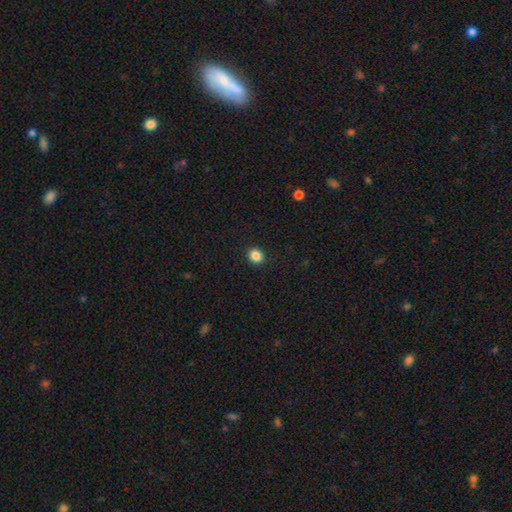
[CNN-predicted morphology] A smooth galaxy with no disk features (86%) that is round (78%). Merging: none (92%).